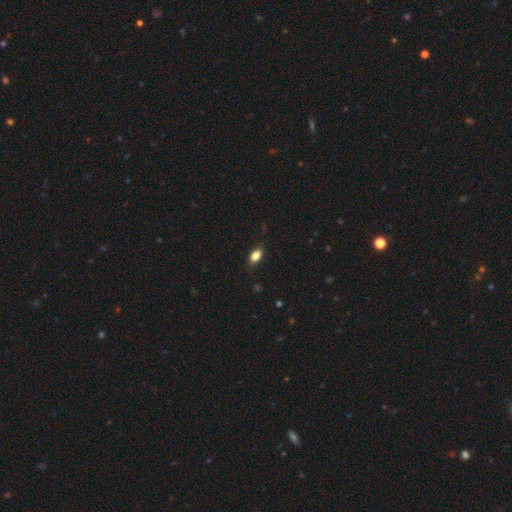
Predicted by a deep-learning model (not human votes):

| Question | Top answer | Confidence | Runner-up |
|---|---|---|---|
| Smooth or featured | smooth | 84% | star or artifact (9%) |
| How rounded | in between | 87% | round (9%) |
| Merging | none | 84% | minor disturbance (12%) |